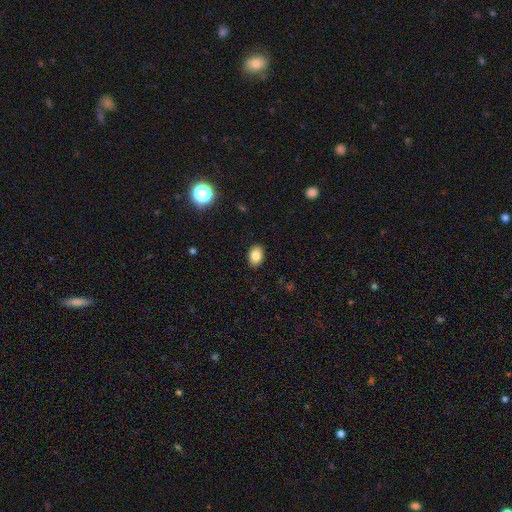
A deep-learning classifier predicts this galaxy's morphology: smooth 85%, star or artifact 9%, featured or disk 6%. Down the decision tree: how rounded — in between (81%); merging — none (90%).